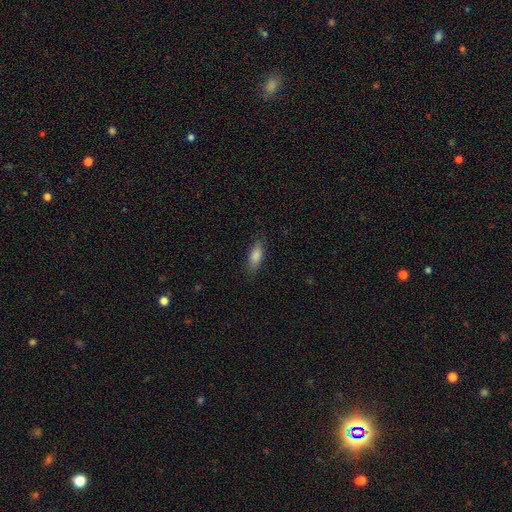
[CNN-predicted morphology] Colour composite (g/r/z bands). It shows a smooth galaxy with no disk features (82%) that is in between round and cigar-shaped (68%). Merging: none (83%).